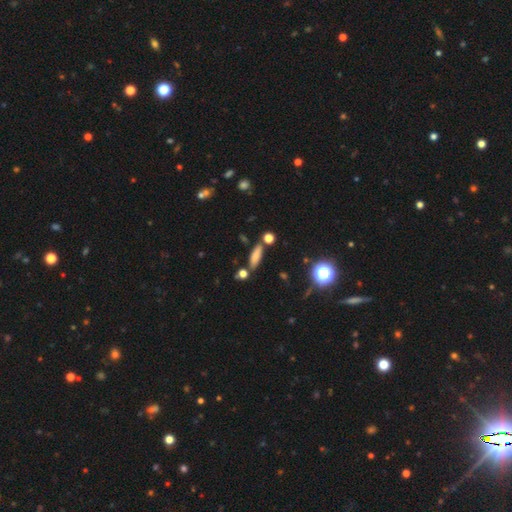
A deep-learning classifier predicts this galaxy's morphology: This is likely a smooth galaxy (73%). How rounded: possibly cigar-shaped (50%). Merging: likely none (77%).